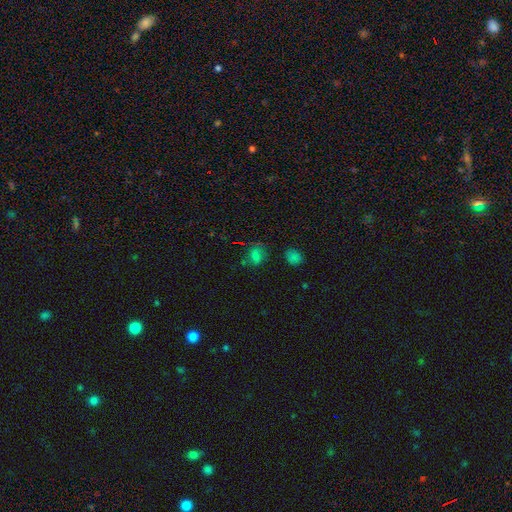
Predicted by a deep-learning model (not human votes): This appears to be a smooth galaxy with no disk features (60%) that is in between round and cigar-shaped (51%). Merging: none (65%).